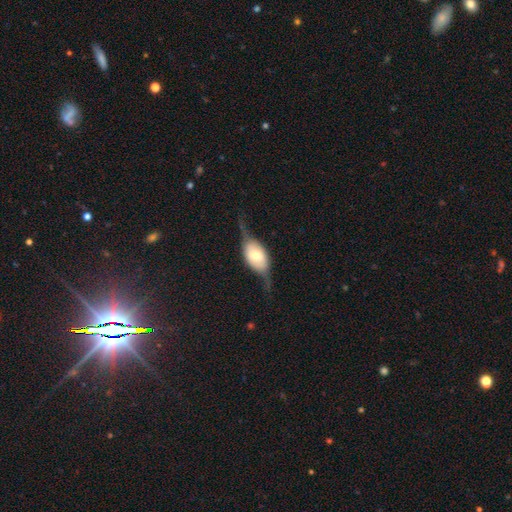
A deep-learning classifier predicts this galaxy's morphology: featured or disk 65%, smooth 29%, star or artifact 6%. Down the decision tree: edge-on disk — yes (64%); merging — none (52%).